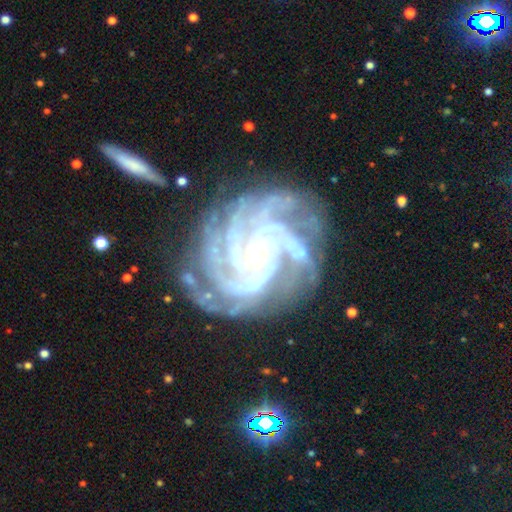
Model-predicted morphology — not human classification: type=featured or disk (91%); edge-on=no (98%); bar=no (58%); spiral arms=yes (99%); winding=tight (72%); arm count=4 (33%); bulge=small (79%); merging=none (73%).